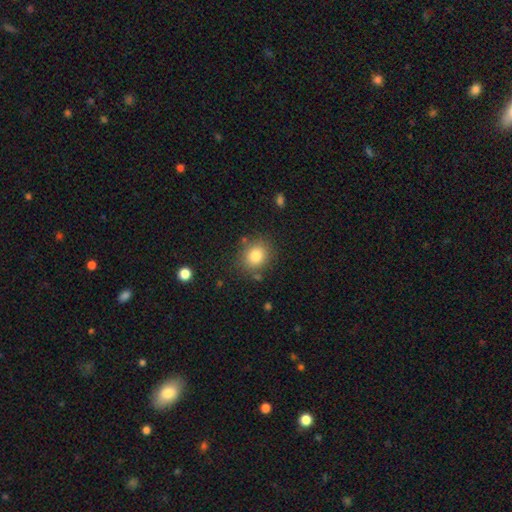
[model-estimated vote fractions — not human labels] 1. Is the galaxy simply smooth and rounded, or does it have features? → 83% smooth, 10% star or artifact, 7% featured or disk.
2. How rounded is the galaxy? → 66% round, 33% in between, 1% cigar-shaped.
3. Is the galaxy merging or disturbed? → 81% none, 11% minor disturbance, 4% major disturbance, 4% merger.